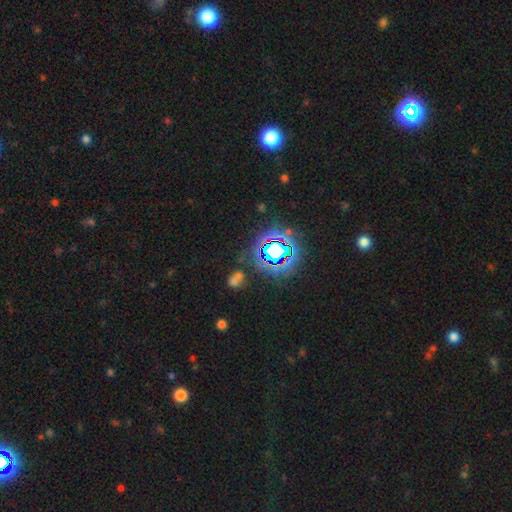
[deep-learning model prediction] Smooth or featured? Predicted: star or artifact (p=0.80).